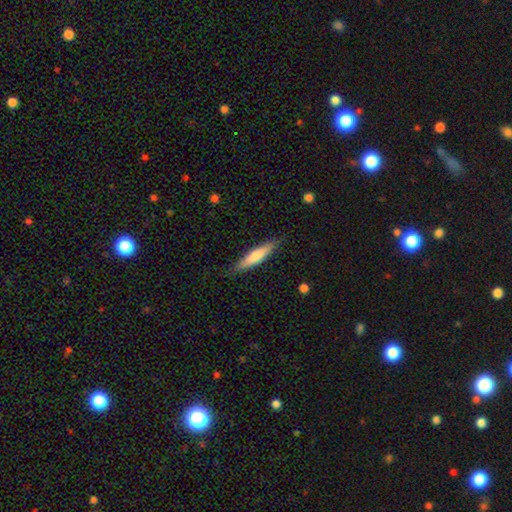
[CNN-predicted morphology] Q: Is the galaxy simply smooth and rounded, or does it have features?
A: smooth — 63%.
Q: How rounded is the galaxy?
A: cigar-shaped — 86%.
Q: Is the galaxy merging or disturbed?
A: none — 86%.